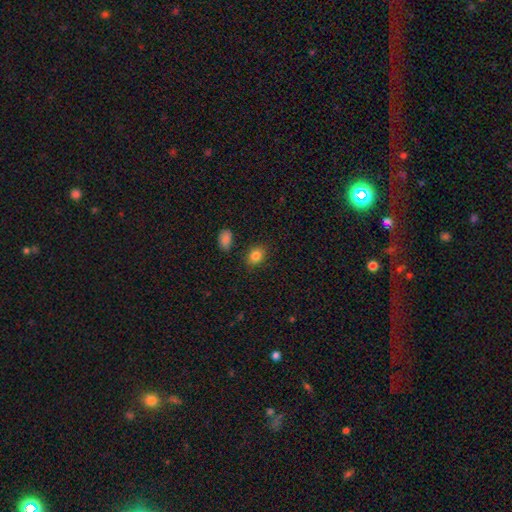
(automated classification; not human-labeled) Morphology: type=smooth (84%); roundness=in between (57%); merging=none (85%).